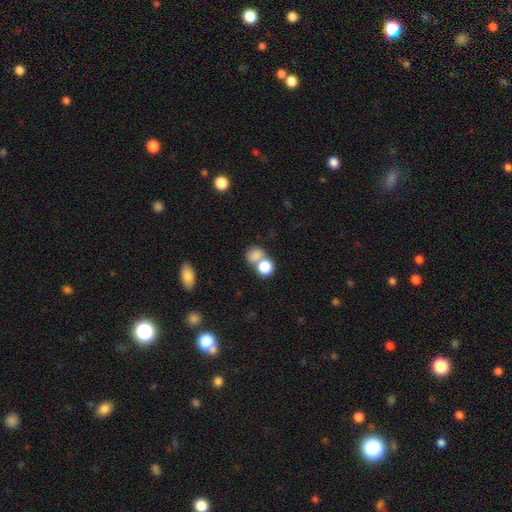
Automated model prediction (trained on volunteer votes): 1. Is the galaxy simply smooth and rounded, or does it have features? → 80% smooth, 12% star or artifact, 8% featured or disk.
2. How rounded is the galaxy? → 60% round, 38% in between, 1% cigar-shaped.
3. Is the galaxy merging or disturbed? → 44% merger, 40% none, 10% minor disturbance, 6% major disturbance.